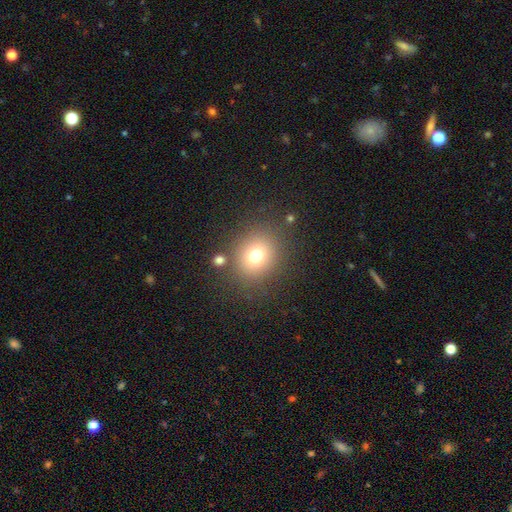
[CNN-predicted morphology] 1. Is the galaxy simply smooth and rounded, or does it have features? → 73% smooth, 16% star or artifact, 11% featured or disk.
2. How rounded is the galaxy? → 74% round, 25% in between, 1% cigar-shaped.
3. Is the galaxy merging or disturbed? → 81% none, 9% minor disturbance, 5% major disturbance, 5% merger.